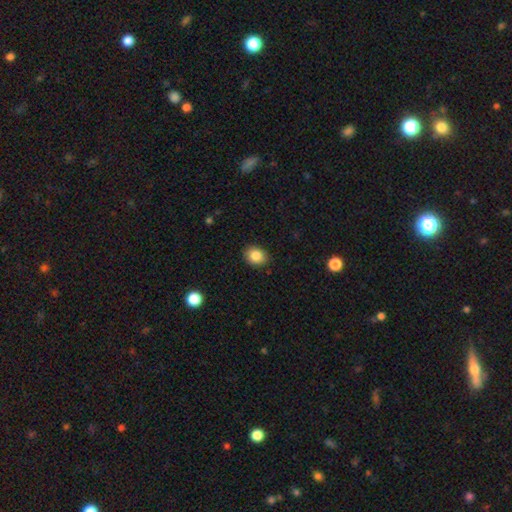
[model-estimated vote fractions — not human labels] Smooth or featured? smooth (86%)
How rounded? in between (50%)
Merging? none (88%)